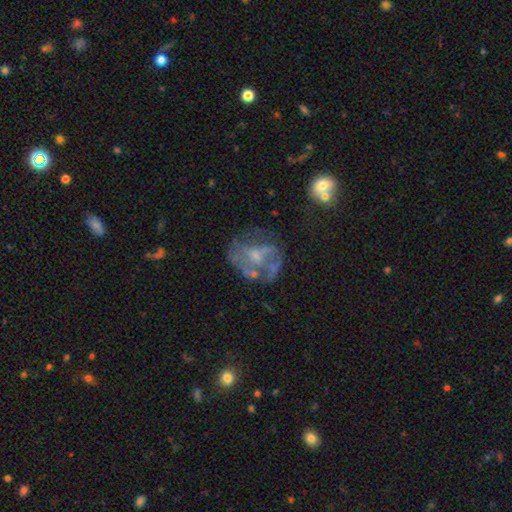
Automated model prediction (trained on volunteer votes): featured or disk 63%, smooth 24%, star or artifact 12%. Down the decision tree: edge-on disk — no (98%); bar — no (71%); spiral arms — no (70%); bulge size — small (49%); merging — none (44%).